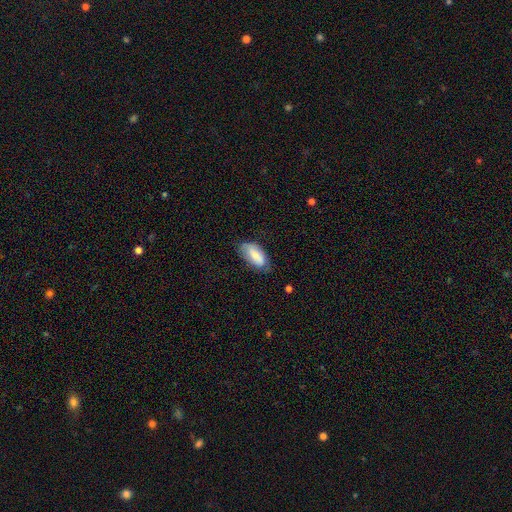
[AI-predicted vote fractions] This is likely a smooth galaxy (69%). How rounded: clearly in between (91%). Merging: likely none (63%).